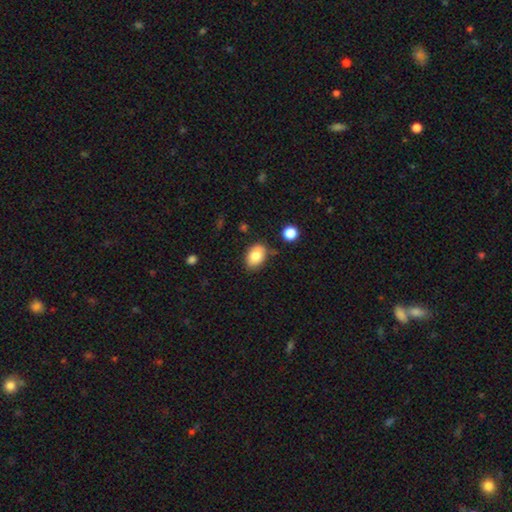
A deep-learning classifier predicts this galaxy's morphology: Overall: smooth (82%). How rounded: in between (84%). Merging: none (76%).